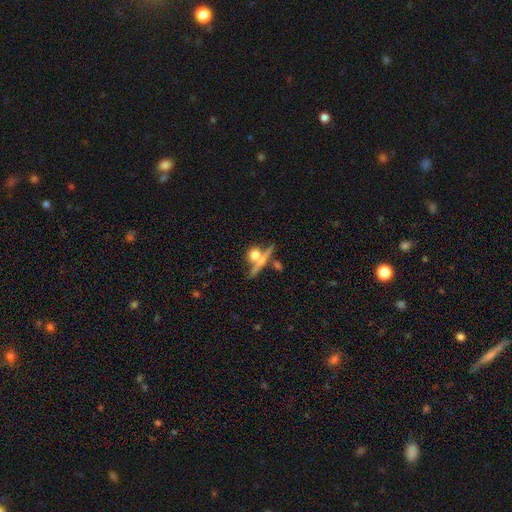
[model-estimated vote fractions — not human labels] smooth-or-featured: smooth: 54% | featured or disk: 34% | star or artifact: 12%
  how-rounded: round: 48% | cigar-shaped: 31% | in between: 21%
  merging: none: 47% | merger: 35% | minor disturbance: 10% | major disturbance: 7%